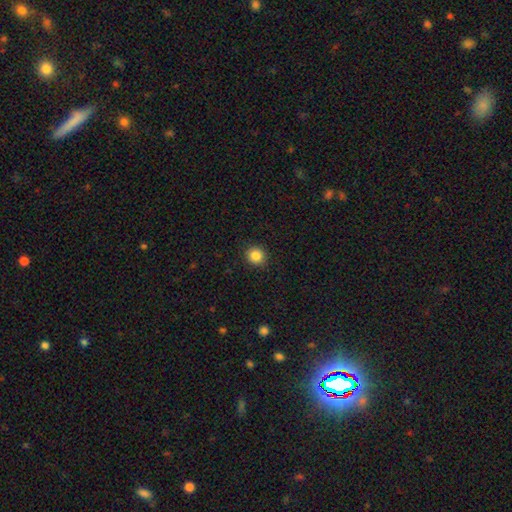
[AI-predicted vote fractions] smooth_or_featured: smooth (p=0.86) [alt: star or artifact p=0.10]
how_rounded: round (p=0.91) [alt: in between p=0.08]
merging: none (p=0.91) [alt: minor disturbance p=0.06]